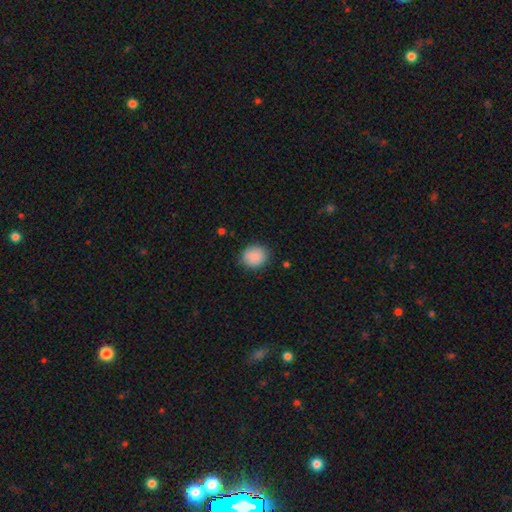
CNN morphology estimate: smooth_or_featured: smooth (p=0.89) [alt: star or artifact p=0.07]
how_rounded: round (p=0.71) [alt: in between p=0.28]
merging: none (p=0.86) [alt: minor disturbance p=0.11]